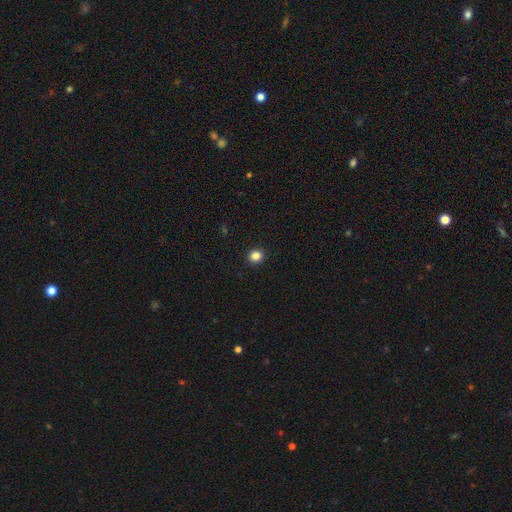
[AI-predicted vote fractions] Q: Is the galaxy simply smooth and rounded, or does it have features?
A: smooth — 85%.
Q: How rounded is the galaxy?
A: round — 87%.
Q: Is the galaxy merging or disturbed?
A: none — 93%.